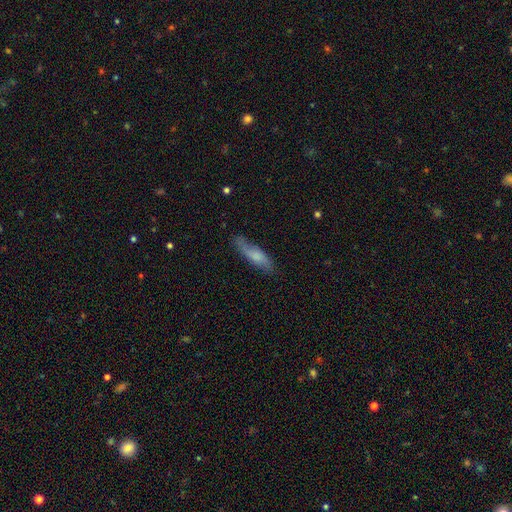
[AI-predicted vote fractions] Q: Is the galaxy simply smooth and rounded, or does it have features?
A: smooth — 60%.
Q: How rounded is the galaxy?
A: cigar-shaped — 62%.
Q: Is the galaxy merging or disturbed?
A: none — 74%.